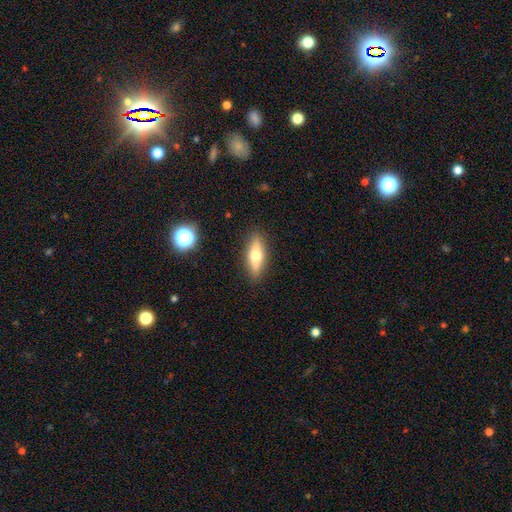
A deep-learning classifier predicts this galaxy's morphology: Smooth or featured?
  - smooth: 60% *
  - featured or disk: 33%
  - star or artifact: 8%
How rounded?
  - in between: 52% *
  - cigar-shaped: 44%
  - round: 3%
Merging?
  - none: 88% *
  - minor disturbance: 9%
  - major disturbance: 2%
  - merger: 1%